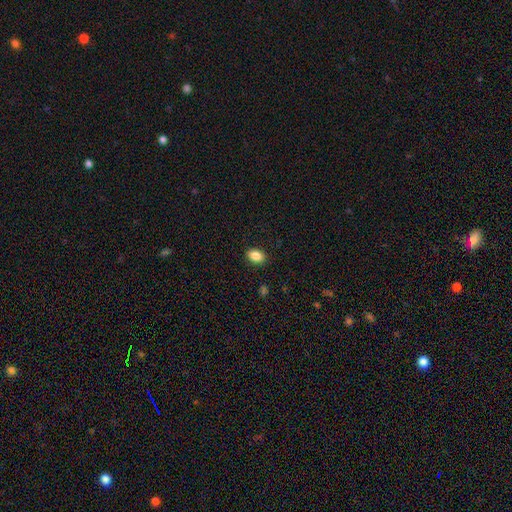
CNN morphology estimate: smooth_or_featured: smooth (p=0.87) [alt: star or artifact p=0.09]
how_rounded: in between (p=0.81) [alt: round p=0.18]
merging: none (p=0.89) [alt: minor disturbance p=0.08]